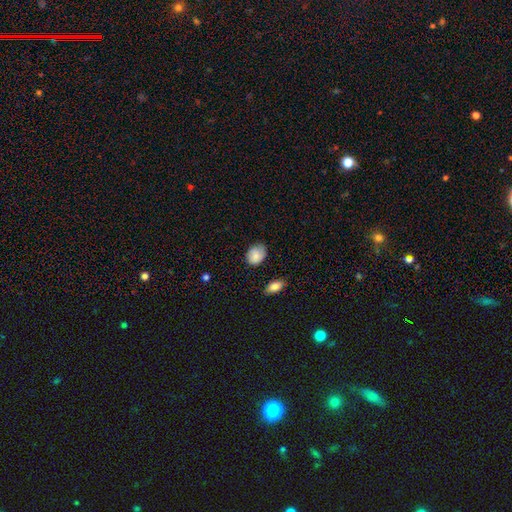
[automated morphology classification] A smooth galaxy with no disk features (81%) that is in between round and cigar-shaped (55%).

Vote fractions:
- Smooth or featured? smooth: 81% / featured or disk: 12% / star or artifact: 7%
- How rounded? in between: 55% / round: 44% / cigar-shaped: 1%
- Merging? none: 65% / minor disturbance: 28% / major disturbance: 5% / merger: 2%